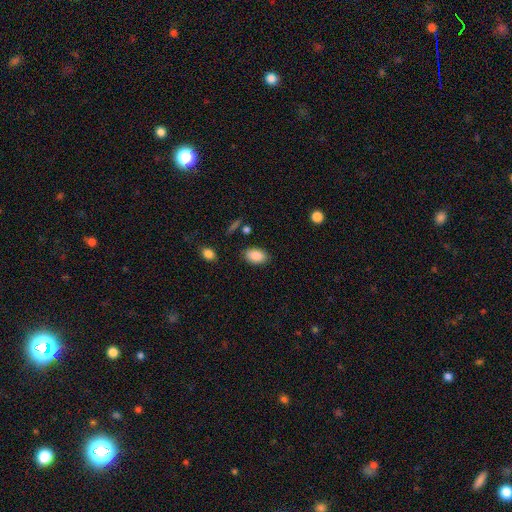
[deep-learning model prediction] Q: Smooth or featured?
A: smooth (88%); runner-up: star or artifact (8%)
Q: How rounded?
A: in between (91%); runner-up: round (8%)
Q: Merging?
A: none (84%); runner-up: minor disturbance (11%)